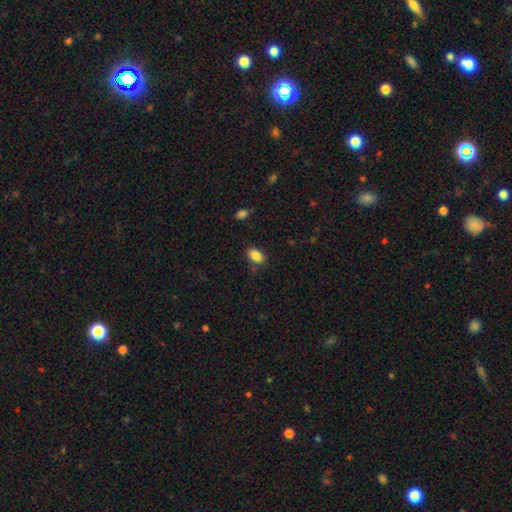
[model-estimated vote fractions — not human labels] A smooth galaxy with no disk features (87%) that is in between round and cigar-shaped (90%).

Vote fractions:
- Smooth or featured? smooth: 87% / star or artifact: 9% / featured or disk: 5%
- How rounded? in between: 90% / round: 8% / cigar-shaped: 2%
- Merging? none: 82% / minor disturbance: 13% / major disturbance: 3% / merger: 2%